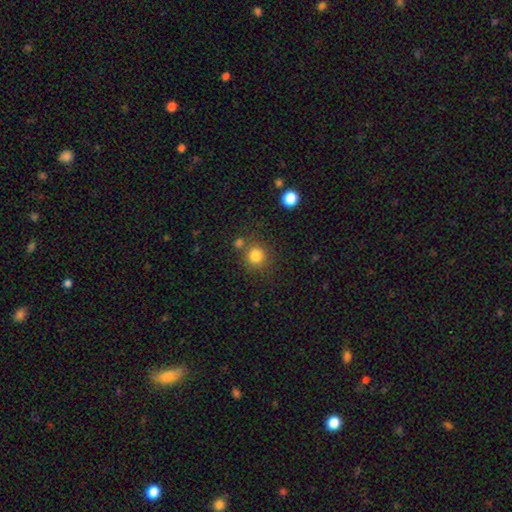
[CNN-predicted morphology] A smooth galaxy with no disk features (83%) that is round (91%). Merging: none (76%).